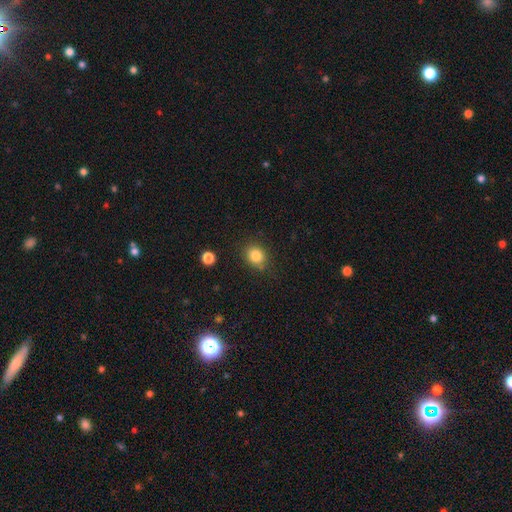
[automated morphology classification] Q: Smooth or featured?
A: smooth (83%); runner-up: star or artifact (11%)
Q: How rounded?
A: round (67%); runner-up: in between (32%)
Q: Merging?
A: none (79%); runner-up: minor disturbance (14%)